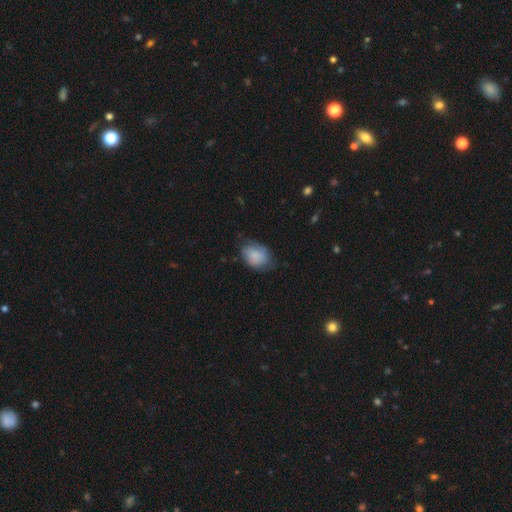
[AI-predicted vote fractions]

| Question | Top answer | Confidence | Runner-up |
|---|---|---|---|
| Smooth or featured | smooth | 83% | featured or disk (10%) |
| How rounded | in between | 76% | round (23%) |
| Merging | none | 59% | minor disturbance (31%) |